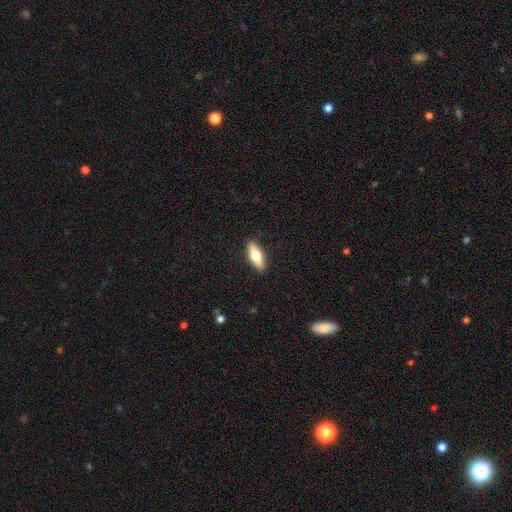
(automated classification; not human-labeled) The model was most divided on "smooth or featured": smooth: 57%, featured or disk: 37%, star or artifact: 6%. More confident: merging — none (89%); how rounded — in between (63%).